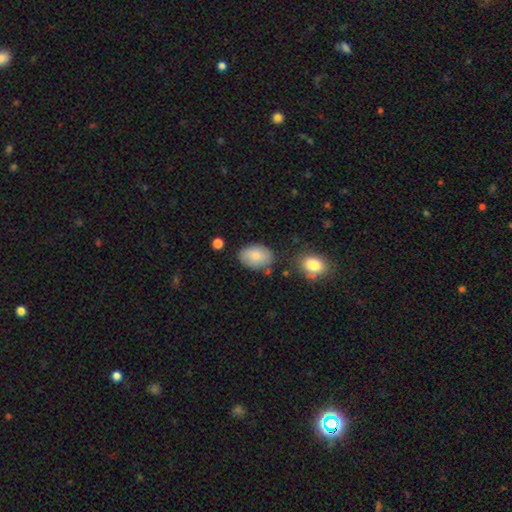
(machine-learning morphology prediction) The model was most divided on "merging": none: 74%, minor disturbance: 17%, merger: 4%, major disturbance: 4%. More confident: how rounded — in between (85%); smooth or featured — smooth (84%).